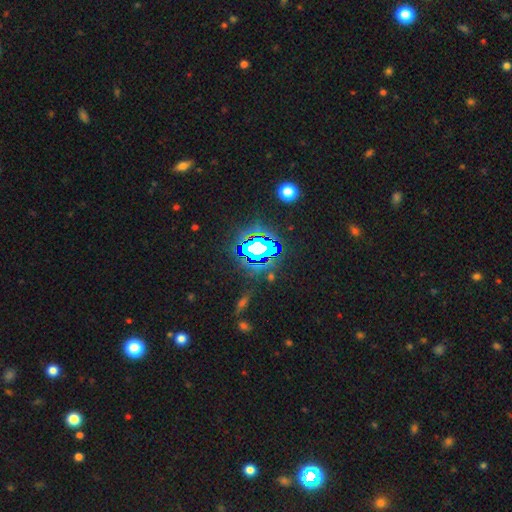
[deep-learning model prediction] The model was most divided on "smooth or featured": star or artifact: 82%, smooth: 11%, featured or disk: 7%.